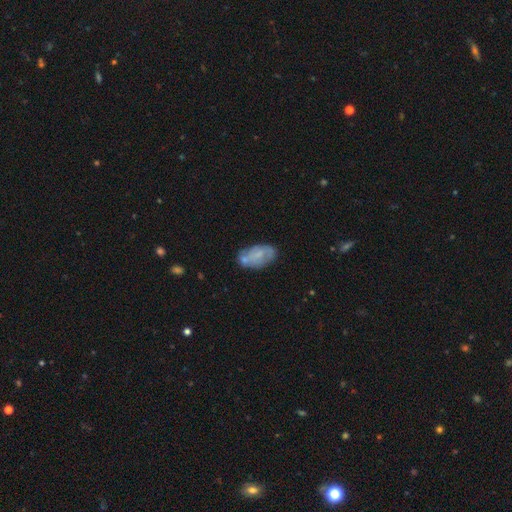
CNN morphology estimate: Smooth or featured: smooth — 47% (featured or disk — 46%)
Merging: none — 59% (minor disturbance — 23%)